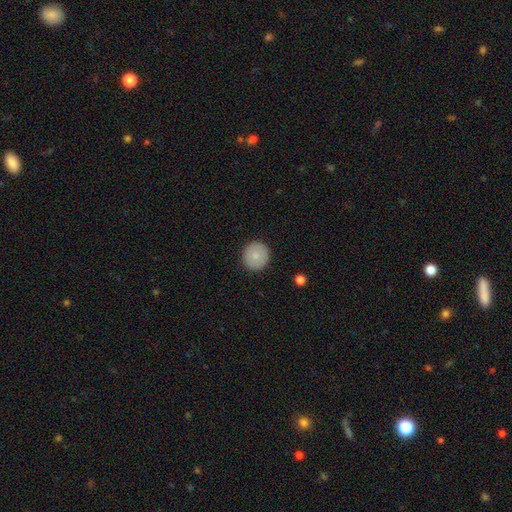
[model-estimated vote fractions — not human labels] smooth 80%, featured or disk 13%, star or artifact 7%. Down the decision tree: how rounded — round (94%); merging — none (91%).